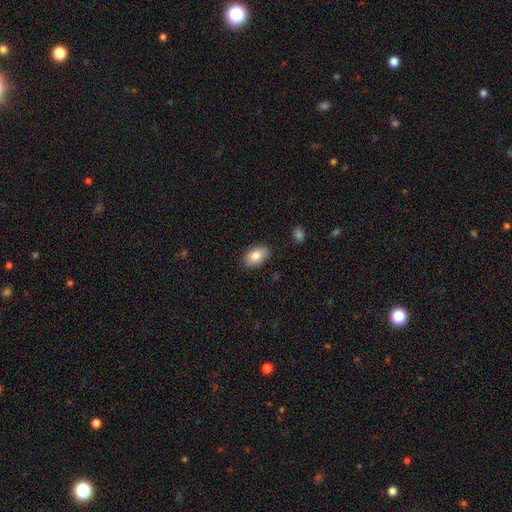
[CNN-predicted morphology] Smooth or featured?
  - smooth: 84% *
  - featured or disk: 9%
  - star or artifact: 7%
How rounded?
  - in between: 92% *
  - round: 6%
  - cigar-shaped: 1%
Merging?
  - none: 86% *
  - minor disturbance: 10%
  - major disturbance: 2%
  - merger: 1%